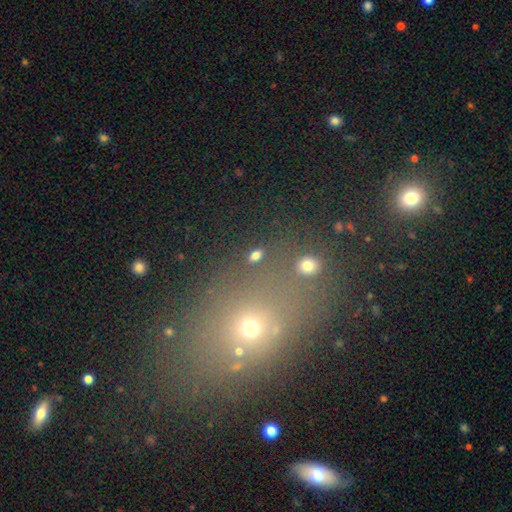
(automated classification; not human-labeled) smooth_or_featured: smooth (p=0.75) [alt: star or artifact p=0.17]
how_rounded: in between (p=0.77) [alt: round p=0.18]
merging: none (p=0.83) [alt: minor disturbance p=0.08]